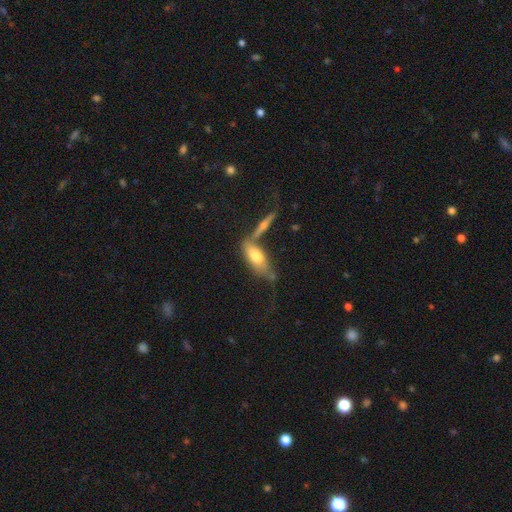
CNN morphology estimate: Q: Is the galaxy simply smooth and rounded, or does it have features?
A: smooth — 66%.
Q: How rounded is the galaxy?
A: in between — 75%.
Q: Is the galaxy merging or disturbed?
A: none — 46%.